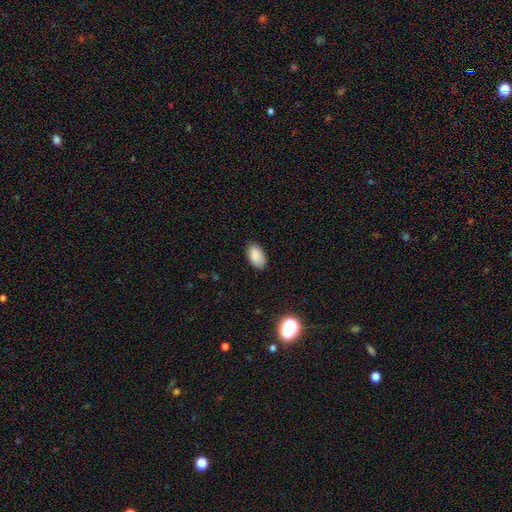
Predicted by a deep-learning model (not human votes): Overall: smooth (88%). How rounded: in between (95%). Merging: none (84%).